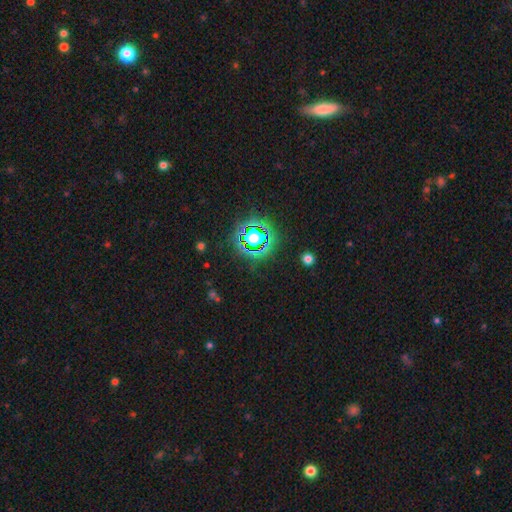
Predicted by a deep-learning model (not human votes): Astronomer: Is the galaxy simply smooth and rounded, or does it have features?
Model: star or artifact — 77%.